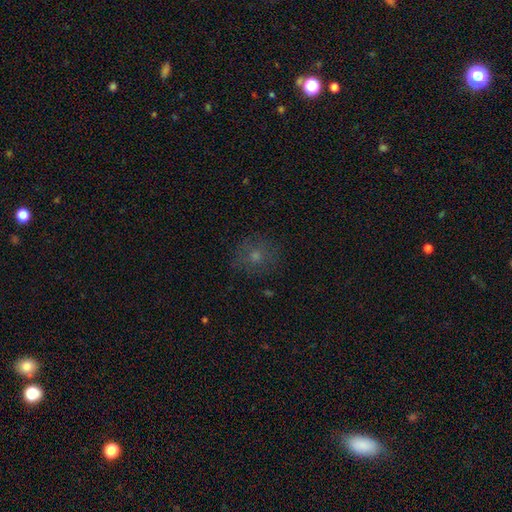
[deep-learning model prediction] Morphology: type=smooth (58%); roundness=round (85%); merging=none (79%).